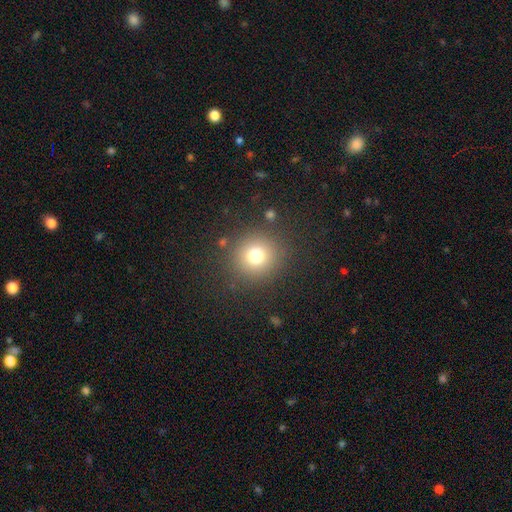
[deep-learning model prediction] A smooth galaxy with no disk features (76%) that is round (93%). Merging: none (87%).